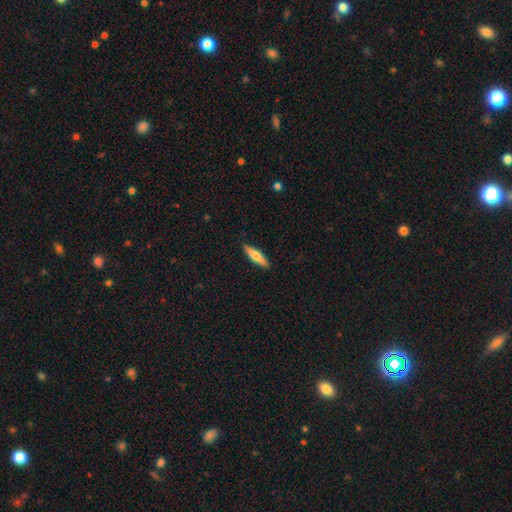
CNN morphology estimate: Smooth or featured? Predicted: smooth (p=0.55). How rounded? Predicted: cigar-shaped (p=0.71). Merging? Predicted: none (p=0.90).